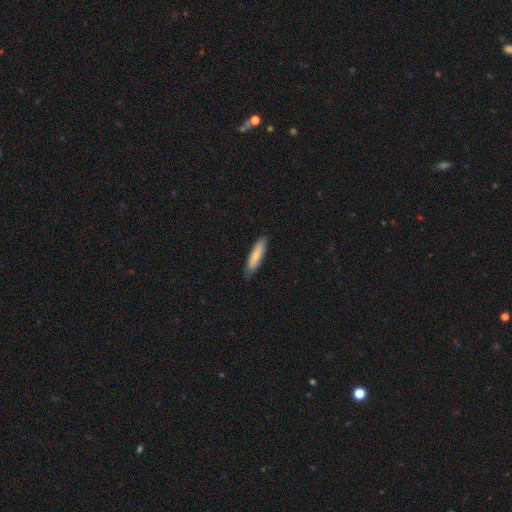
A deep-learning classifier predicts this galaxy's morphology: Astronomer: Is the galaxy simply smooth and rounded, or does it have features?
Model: smooth — 80%.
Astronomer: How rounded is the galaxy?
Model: cigar-shaped — 78%.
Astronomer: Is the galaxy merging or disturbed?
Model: none — 83%.